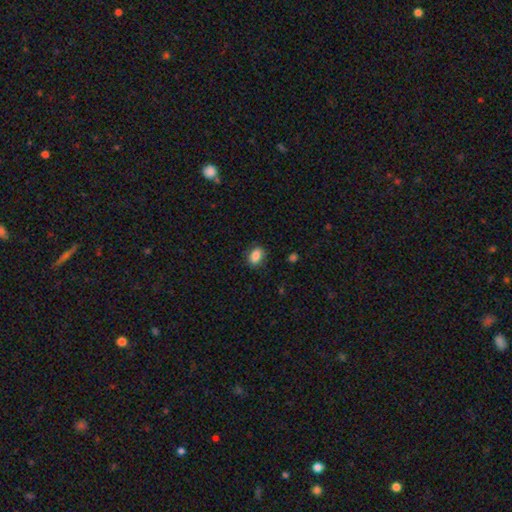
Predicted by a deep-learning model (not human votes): Overall: smooth (84%). How rounded: in between (75%). Merging: none (78%).